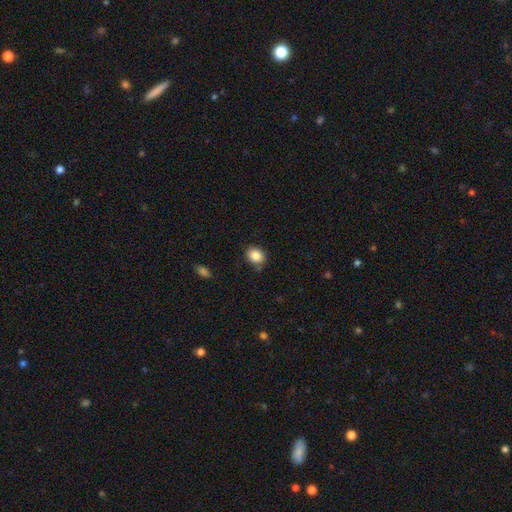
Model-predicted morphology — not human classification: smooth-or-featured: smooth: 86% | star or artifact: 9% | featured or disk: 5%
  how-rounded: round: 52% | in between: 47% | cigar-shaped: 1%
  merging: none: 81% | minor disturbance: 13% | major disturbance: 3% | merger: 3%